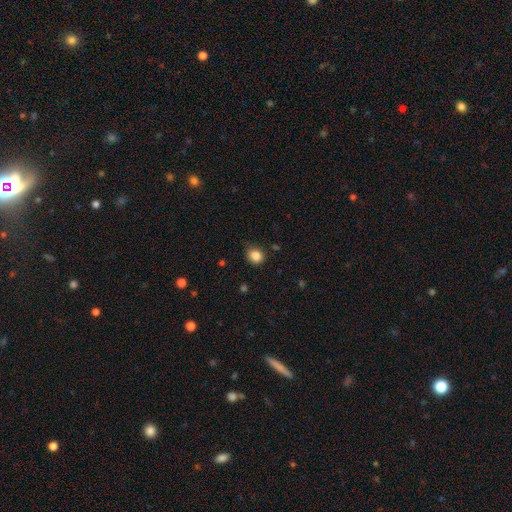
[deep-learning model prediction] A smooth galaxy with no disk features (84%) that is round (75%).

Vote fractions:
- Smooth or featured? smooth: 84% / star or artifact: 11% / featured or disk: 5%
- How rounded? round: 75% / in between: 24% / cigar-shaped: 1%
- Merging? none: 78% / minor disturbance: 17% / major disturbance: 3% / merger: 2%